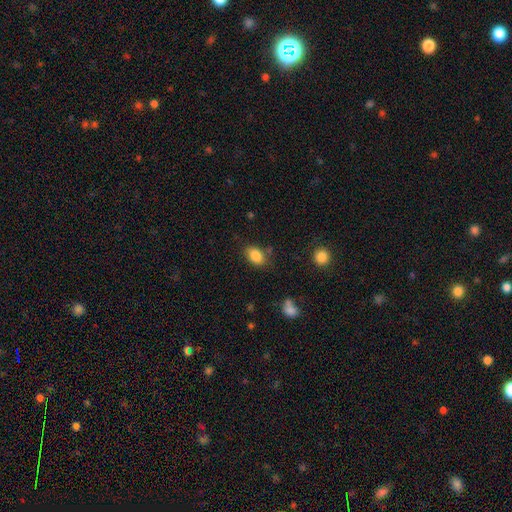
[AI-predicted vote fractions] smooth-or-featured: smooth: 85% | star or artifact: 9% | featured or disk: 6%
  how-rounded: in between: 82% | round: 16% | cigar-shaped: 1%
  merging: none: 76% | minor disturbance: 16% | major disturbance: 4% | merger: 4%